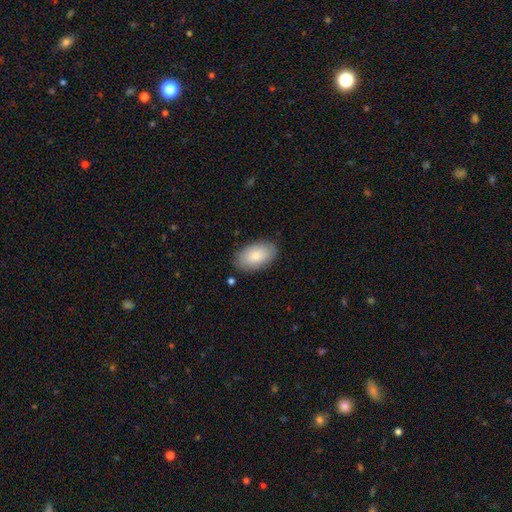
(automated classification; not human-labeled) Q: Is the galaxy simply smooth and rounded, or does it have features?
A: smooth — 84%.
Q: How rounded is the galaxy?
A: in between — 95%.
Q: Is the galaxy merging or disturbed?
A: none — 84%.